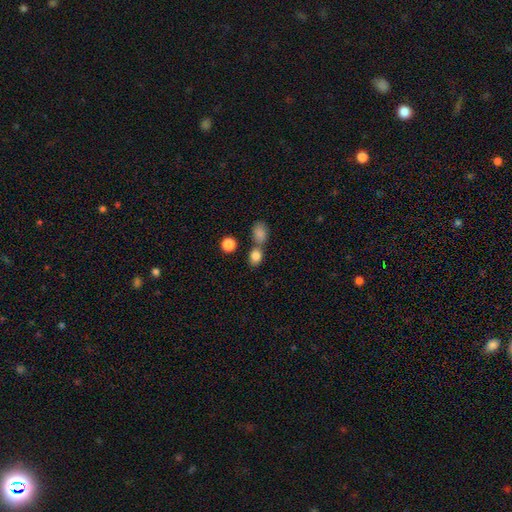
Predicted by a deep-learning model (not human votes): This appears to be a smooth galaxy with no disk features (82%) that is in between round and cigar-shaped (54%). Merging: none (51%).